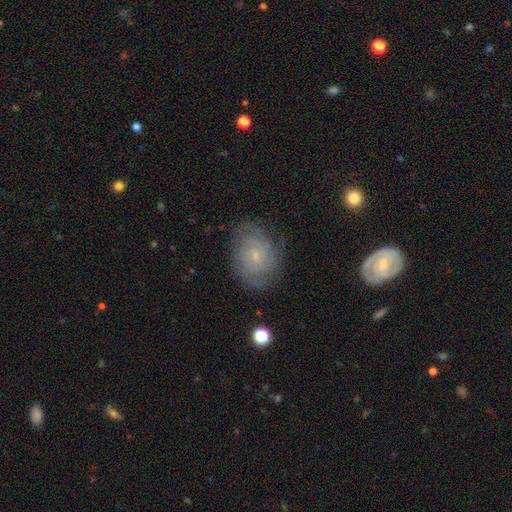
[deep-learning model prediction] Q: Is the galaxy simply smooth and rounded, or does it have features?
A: featured or disk — 67%.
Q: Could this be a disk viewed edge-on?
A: no — 97%.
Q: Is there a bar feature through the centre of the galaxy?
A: no — 77%.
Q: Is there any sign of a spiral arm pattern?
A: yes — 90%.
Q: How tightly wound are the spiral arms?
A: tight — 65%.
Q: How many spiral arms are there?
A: can't tell — 47%.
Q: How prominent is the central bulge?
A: small — 80%.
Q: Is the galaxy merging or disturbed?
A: none — 71%.